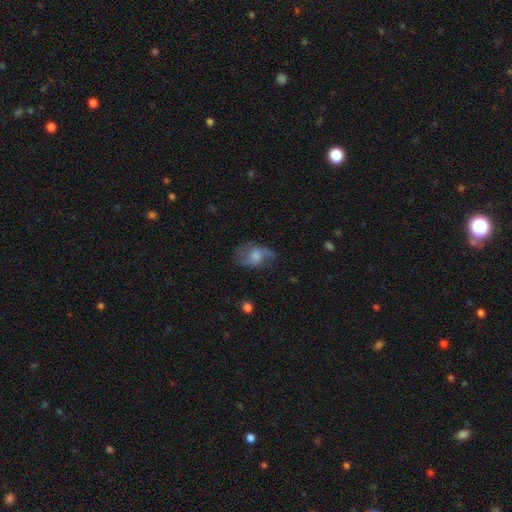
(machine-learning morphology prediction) Smooth or featured?
  - featured or disk: 46% *
  - smooth: 45%
  - star or artifact: 9%
Merging?
  - none: 51% *
  - minor disturbance: 26%
  - major disturbance: 21%
  - merger: 2%